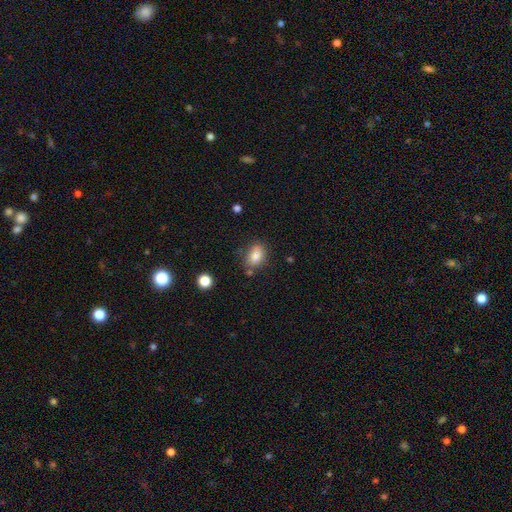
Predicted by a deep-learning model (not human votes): smooth-or-featured: smooth: 83% | star or artifact: 9% | featured or disk: 8%
  how-rounded: in between: 78% | round: 20% | cigar-shaped: 2%
  merging: none: 72% | minor disturbance: 18% | merger: 6% | major disturbance: 4%